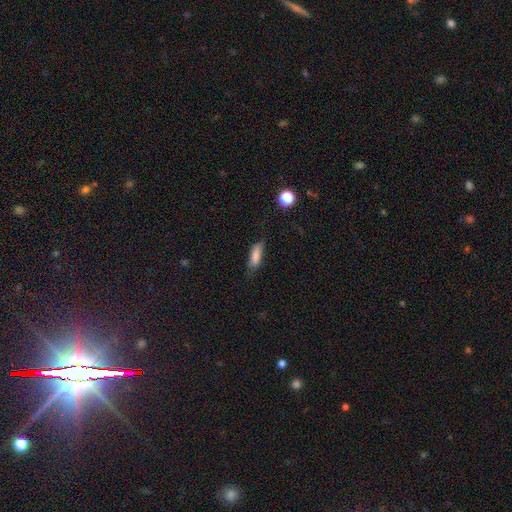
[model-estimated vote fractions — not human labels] A smooth galaxy with no disk features (81%) that is in between round and cigar-shaped (57%). Merging: none (65%).